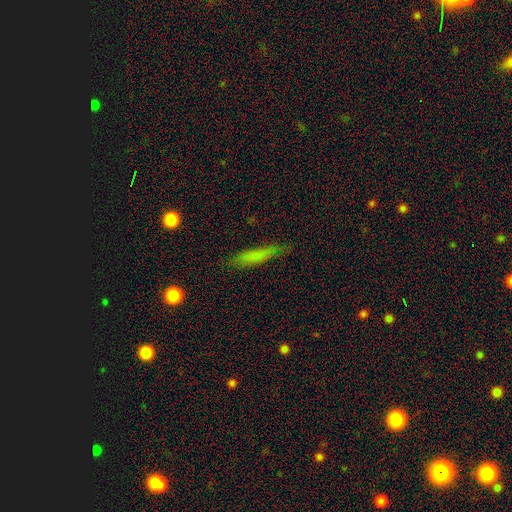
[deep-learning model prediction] A smooth galaxy with no disk features (73%) that is cigar-shaped (83%).

Vote fractions:
- Smooth or featured? smooth: 73% / featured or disk: 18% / star or artifact: 9%
- How rounded? cigar-shaped: 83% / in between: 15% / round: 2%
- Merging? none: 76% / minor disturbance: 18% / major disturbance: 4% / merger: 2%